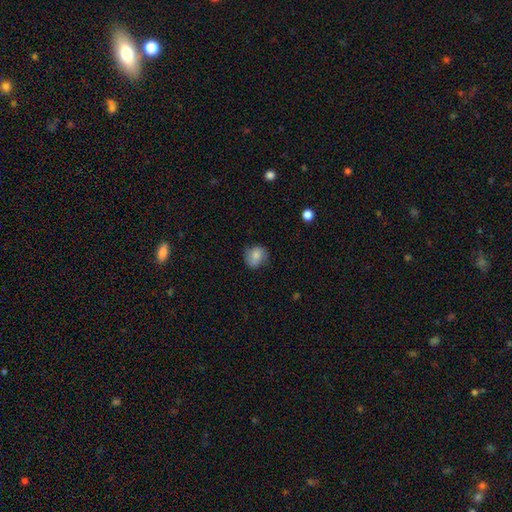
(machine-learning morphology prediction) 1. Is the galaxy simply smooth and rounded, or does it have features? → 78% smooth, 14% featured or disk, 8% star or artifact.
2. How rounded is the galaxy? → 74% round, 25% in between, 1% cigar-shaped.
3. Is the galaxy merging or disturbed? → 72% none, 22% minor disturbance, 6% major disturbance, 1% merger.